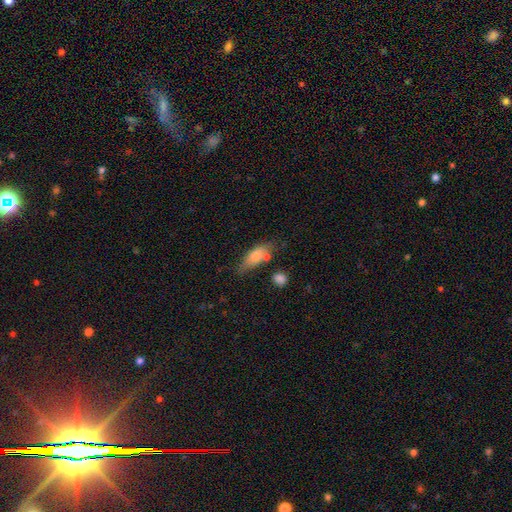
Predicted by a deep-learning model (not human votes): Smooth or featured? Predicted: smooth (p=0.73). How rounded? Predicted: in between (p=0.69). Merging? Predicted: none (p=0.53).